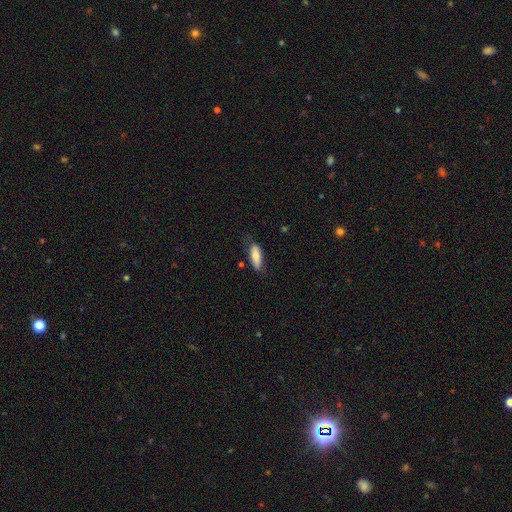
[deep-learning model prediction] Smooth or featured?
  - smooth: 74% *
  - featured or disk: 19%
  - star or artifact: 6%
How rounded?
  - in between: 65% *
  - cigar-shaped: 33%
  - round: 2%
Merging?
  - none: 69% *
  - minor disturbance: 24%
  - major disturbance: 6%
  - merger: 2%